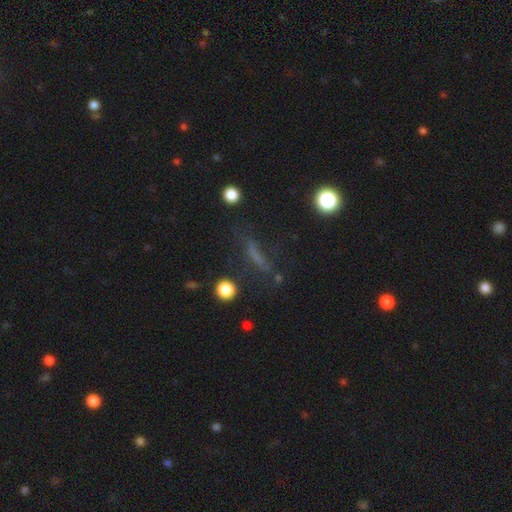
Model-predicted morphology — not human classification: smooth-or-featured: smooth: 49% | featured or disk: 30% | star or artifact: 21%
  merging: none: 68% | minor disturbance: 18% | major disturbance: 11% | merger: 4%